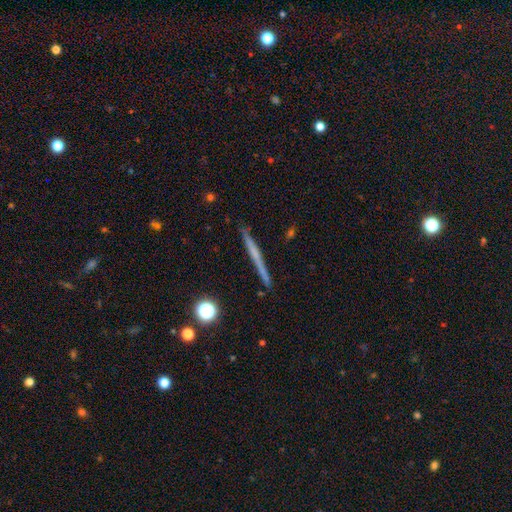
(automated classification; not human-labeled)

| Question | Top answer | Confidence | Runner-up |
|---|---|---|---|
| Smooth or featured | featured or disk | 54% | smooth (39%) |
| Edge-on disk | yes | 98% | no (2%) |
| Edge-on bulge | none | 79% | rounded (15%) |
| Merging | none | 91% | minor disturbance (6%) |